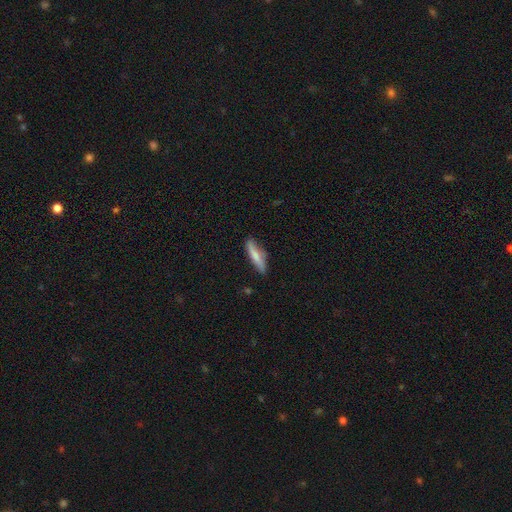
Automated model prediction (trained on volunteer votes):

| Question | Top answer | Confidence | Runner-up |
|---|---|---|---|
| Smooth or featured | smooth | 69% | featured or disk (25%) |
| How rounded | cigar-shaped | 79% | in between (20%) |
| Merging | none | 76% | minor disturbance (19%) |